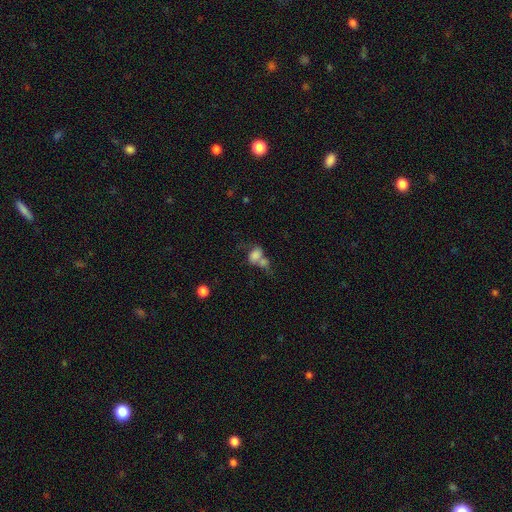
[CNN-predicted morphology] type=smooth (70%); roundness=in between (68%); merging=merger (59%).